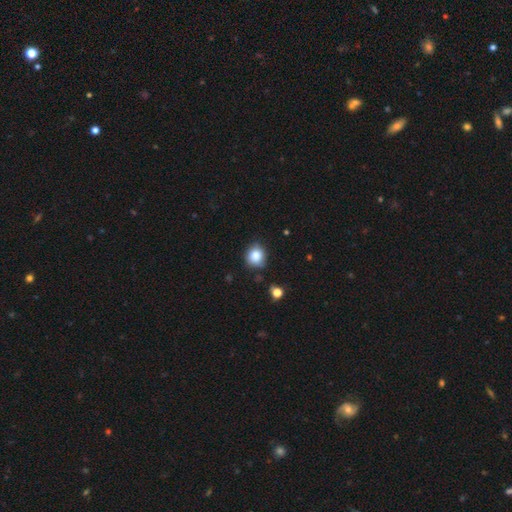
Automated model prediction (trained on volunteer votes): smooth 83%, star or artifact 10%, featured or disk 7%. Down the decision tree: how rounded — round (80%); merging — none (73%).